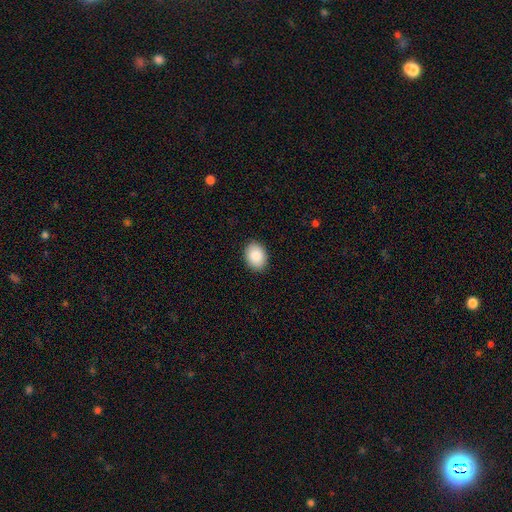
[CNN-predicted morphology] smooth 89%, star or artifact 7%, featured or disk 4%. Down the decision tree: how rounded — in between (73%); merging — none (90%).